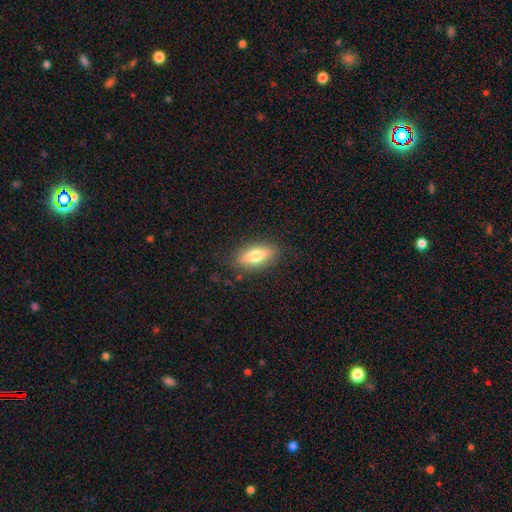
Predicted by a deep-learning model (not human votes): smooth 67%, featured or disk 26%, star or artifact 7%. Down the decision tree: how rounded — in between (74%); merging — none (84%).